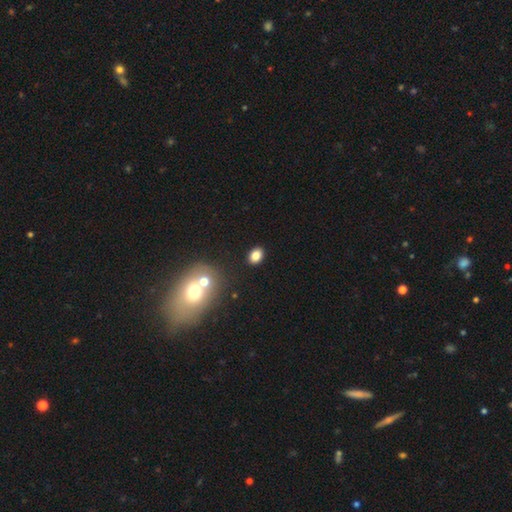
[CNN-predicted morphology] Smooth or featured? Predicted: smooth (p=0.81). How rounded? Predicted: in between (p=0.72). Merging? Predicted: none (p=0.87).